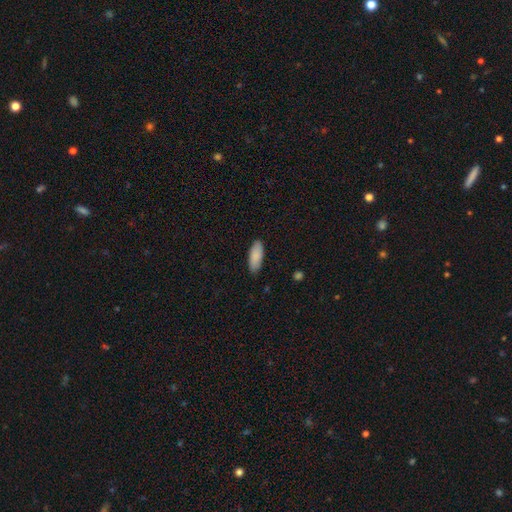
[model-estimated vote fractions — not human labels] A smooth galaxy with no disk features (88%) that is in between round and cigar-shaped (75%). Merging: none (86%).